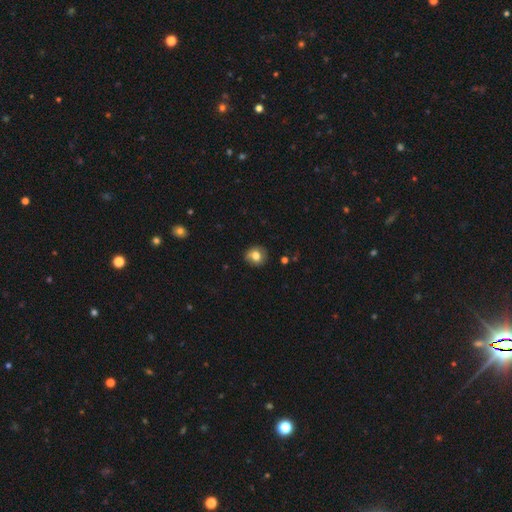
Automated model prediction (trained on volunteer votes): A smooth galaxy with no disk features (76%) that is round (83%). Merging: none (85%).